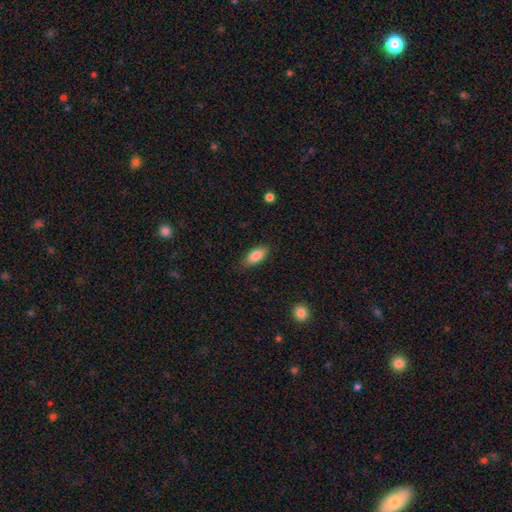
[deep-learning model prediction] Smooth or featured? smooth (85%)
How rounded? in between (88%)
Merging? none (82%)